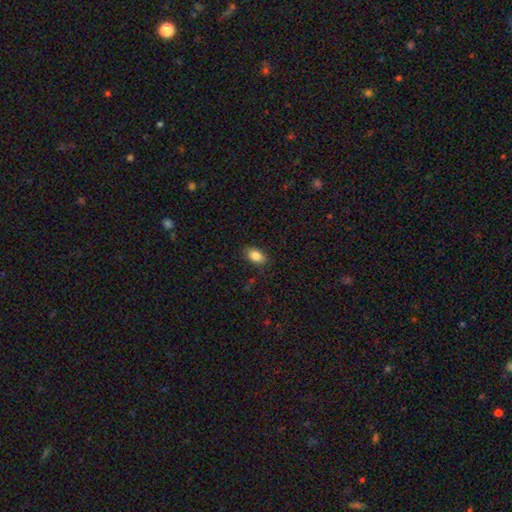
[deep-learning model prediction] Q: Smooth or featured?
A: smooth (86%); runner-up: star or artifact (8%)
Q: How rounded?
A: in between (89%); runner-up: round (8%)
Q: Merging?
A: none (85%); runner-up: minor disturbance (11%)